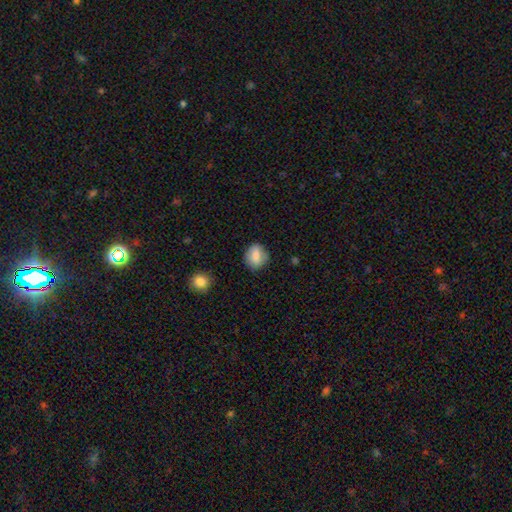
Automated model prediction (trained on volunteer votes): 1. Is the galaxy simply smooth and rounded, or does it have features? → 78% smooth, 14% featured or disk, 8% star or artifact.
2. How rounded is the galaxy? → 54% round, 44% in between, 2% cigar-shaped.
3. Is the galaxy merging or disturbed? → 76% none, 17% minor disturbance, 4% major disturbance, 2% merger.